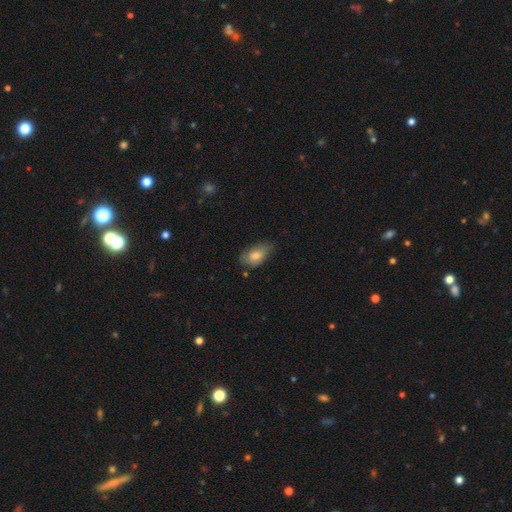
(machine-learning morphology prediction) smooth 77%, featured or disk 16%, star or artifact 7%. Down the decision tree: how rounded — in between (91%); merging — none (58%).